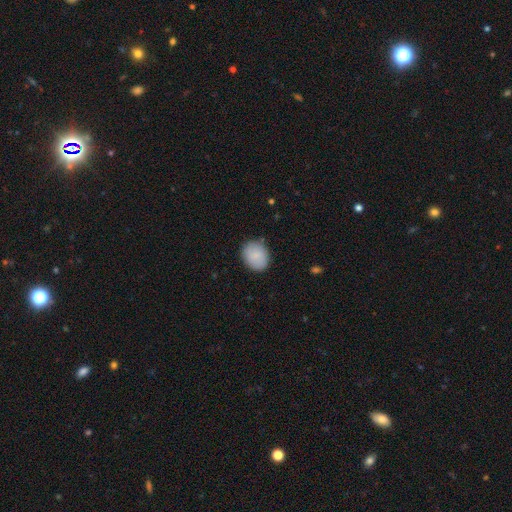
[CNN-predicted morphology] smooth_or_featured: smooth (p=0.86) [alt: featured or disk p=0.07]
how_rounded: round (p=0.60) [alt: in between p=0.39]
merging: none (p=0.85) [alt: minor disturbance p=0.11]